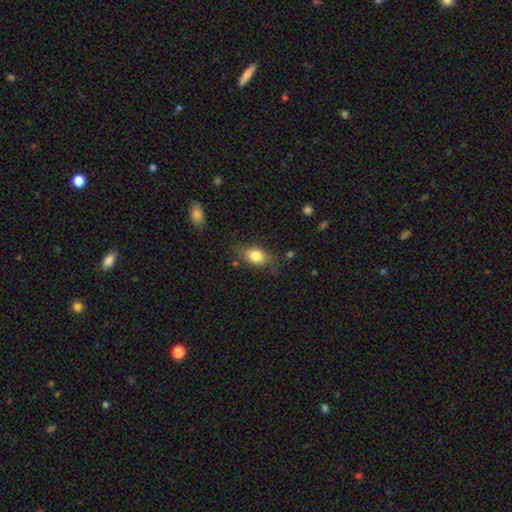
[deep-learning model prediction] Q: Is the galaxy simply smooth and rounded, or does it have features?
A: smooth — 79%.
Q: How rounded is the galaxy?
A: in between — 79%.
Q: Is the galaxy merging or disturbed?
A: none — 73%.